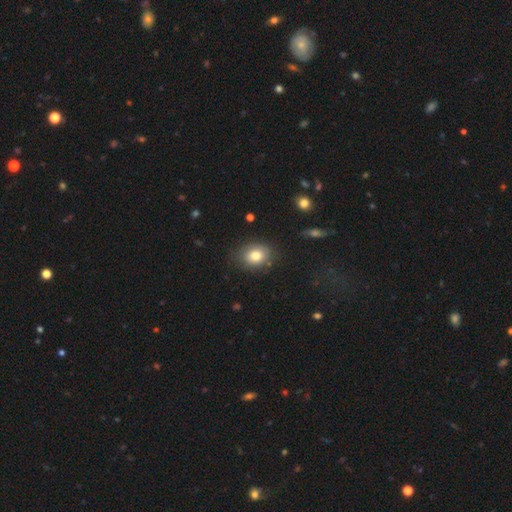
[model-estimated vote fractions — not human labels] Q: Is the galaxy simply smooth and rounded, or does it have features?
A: smooth — 79%.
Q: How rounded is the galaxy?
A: in between — 56%.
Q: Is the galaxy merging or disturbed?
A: none — 78%.